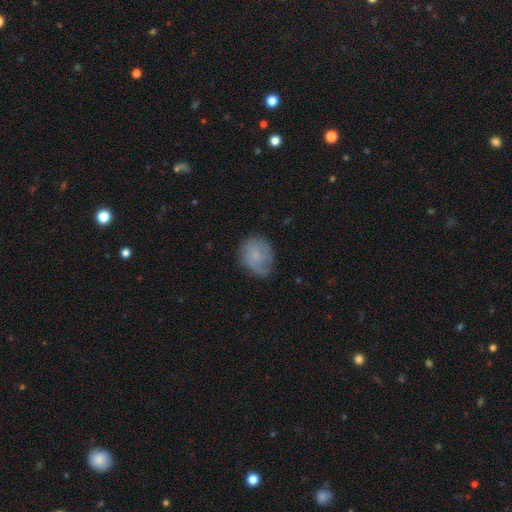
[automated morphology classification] Smooth or featured: smooth — 64% (featured or disk — 28%)
How rounded: round — 52% (in between — 47%)
Merging: none — 59% (minor disturbance — 29%)